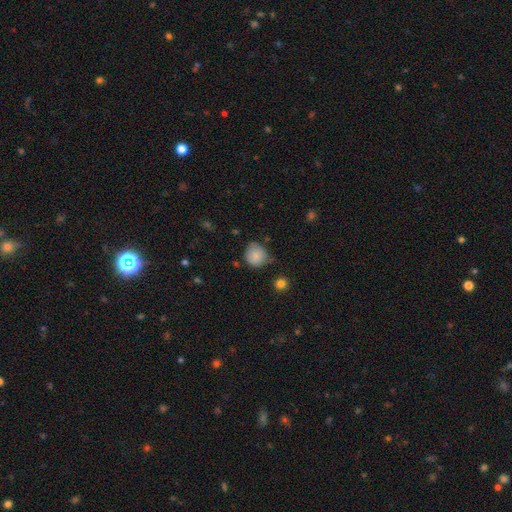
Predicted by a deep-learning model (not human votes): Smooth or featured? Predicted: smooth (p=0.83). How rounded? Predicted: round (p=0.87). Merging? Predicted: none (p=0.65).